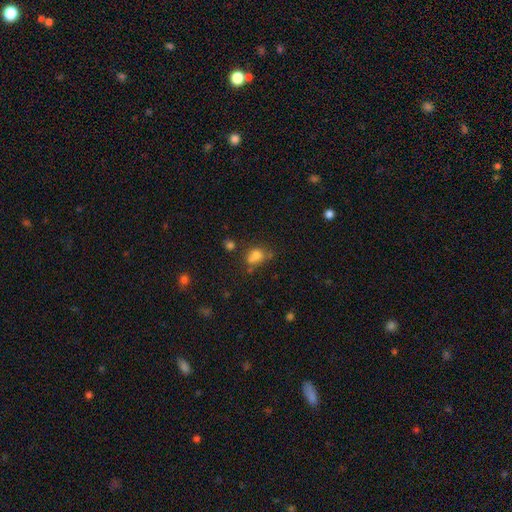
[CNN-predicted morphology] This is likely a smooth galaxy (76%). How rounded: possibly in between (51%). Merging: possibly none (46%).